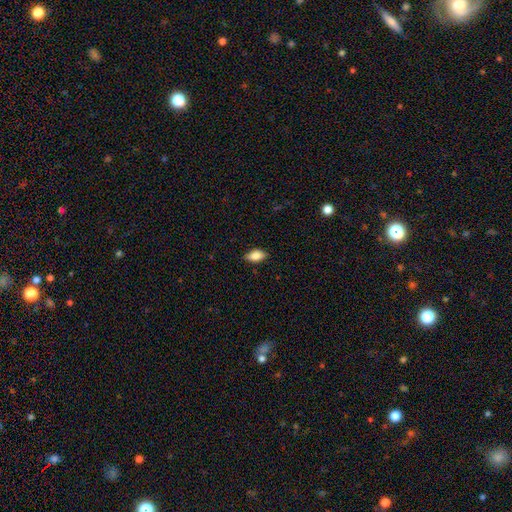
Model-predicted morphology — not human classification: Smooth or featured? smooth (82%)
How rounded? in between (89%)
Merging? none (85%)